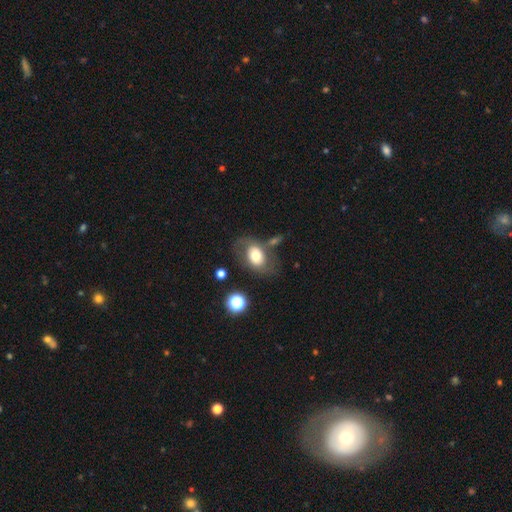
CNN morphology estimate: A smooth galaxy with no disk features (63%) that is in between round and cigar-shaped (78%).

Vote fractions:
- Smooth or featured? smooth: 63% / featured or disk: 28% / star or artifact: 9%
- How rounded? in between: 78% / round: 20% / cigar-shaped: 1%
- Merging? none: 56% / minor disturbance: 20% / major disturbance: 14% / merger: 9%